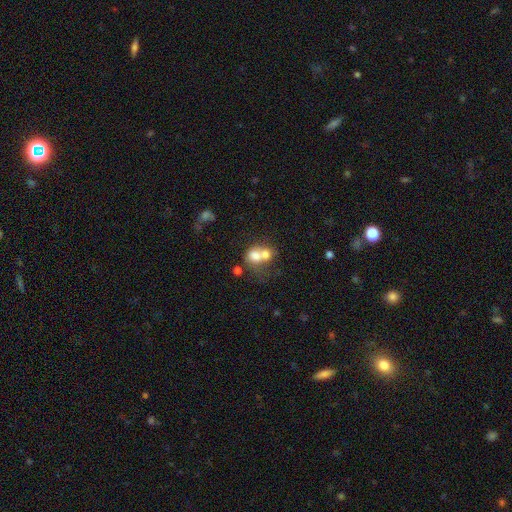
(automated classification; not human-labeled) Q: Smooth or featured?
A: smooth (66%); runner-up: featured or disk (23%)
Q: How rounded?
A: round (59%); runner-up: in between (40%)
Q: Merging?
A: merger (69%); runner-up: none (19%)